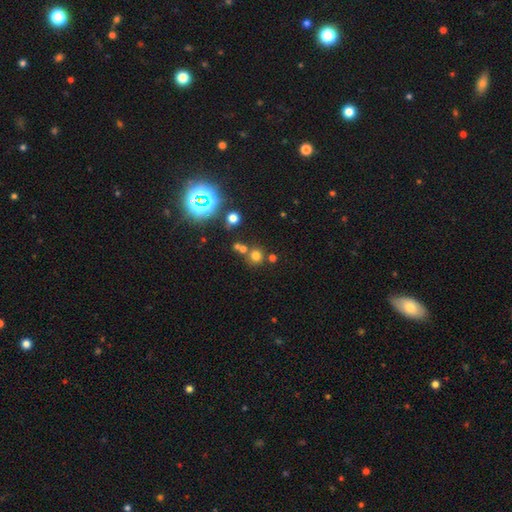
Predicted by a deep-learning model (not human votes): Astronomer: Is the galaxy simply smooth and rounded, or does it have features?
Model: smooth — 66%.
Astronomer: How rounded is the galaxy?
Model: round — 90%.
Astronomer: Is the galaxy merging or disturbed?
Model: none — 68%.